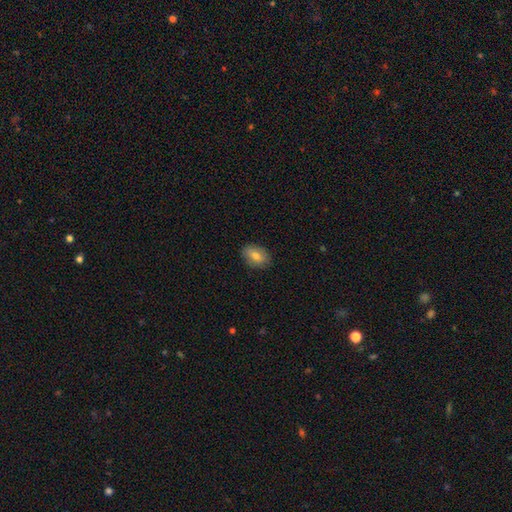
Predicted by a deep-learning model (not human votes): This appears to be a smooth galaxy with no disk features (77%) that is in between round and cigar-shaped (85%). Merging: none (85%).